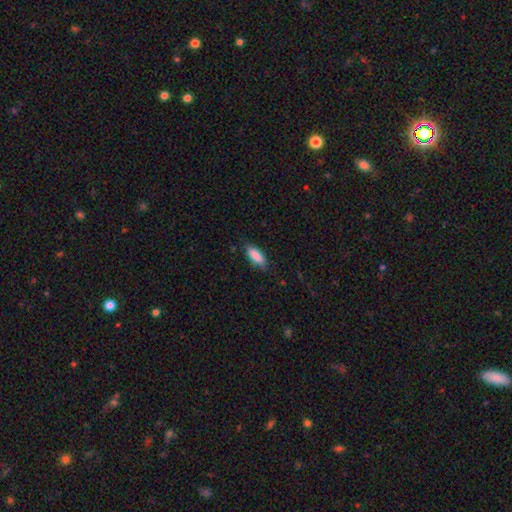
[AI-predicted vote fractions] A smooth galaxy with no disk features (88%) that is in between round and cigar-shaped (75%). Merging: none (78%).